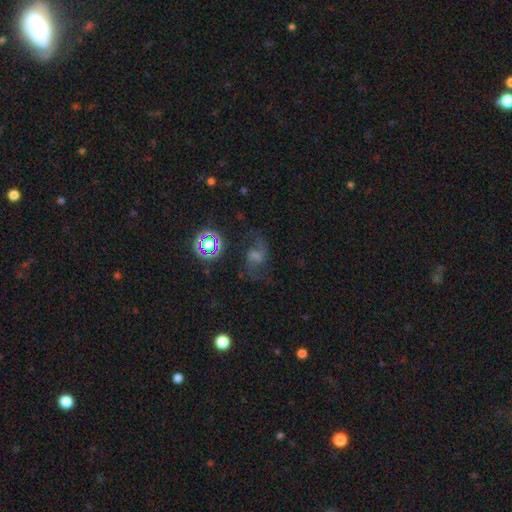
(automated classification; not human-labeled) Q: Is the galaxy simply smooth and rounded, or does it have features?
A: featured or disk — 61%.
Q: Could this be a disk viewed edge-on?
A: no — 96%.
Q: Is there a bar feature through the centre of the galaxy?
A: weak — 46%.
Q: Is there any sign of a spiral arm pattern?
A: yes — 91%.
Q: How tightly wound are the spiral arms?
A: loose — 56%.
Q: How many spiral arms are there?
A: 2 — 85%.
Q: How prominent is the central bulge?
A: moderate — 35%.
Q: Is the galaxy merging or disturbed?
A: none — 65%.